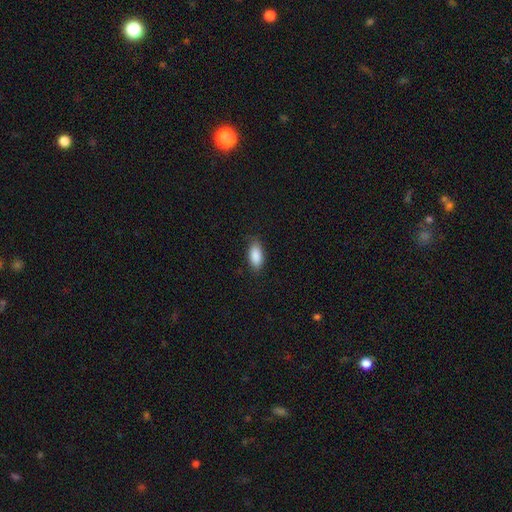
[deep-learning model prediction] Smooth or featured? Predicted: smooth (p=0.89). How rounded? Predicted: in between (p=0.88). Merging? Predicted: none (p=0.82).